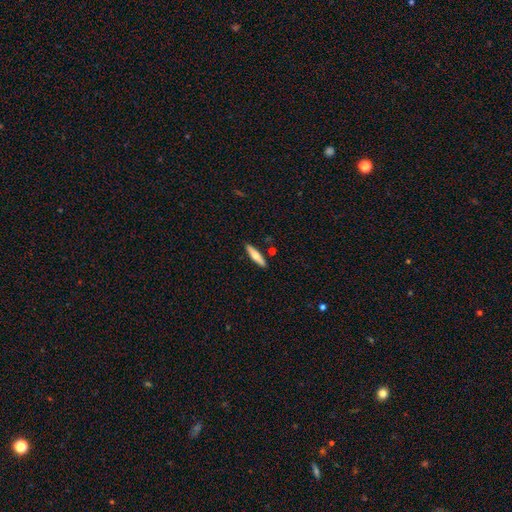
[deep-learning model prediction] smooth 58%, featured or disk 37%, star or artifact 5%. Down the decision tree: how rounded — cigar-shaped (78%); merging — none (88%).